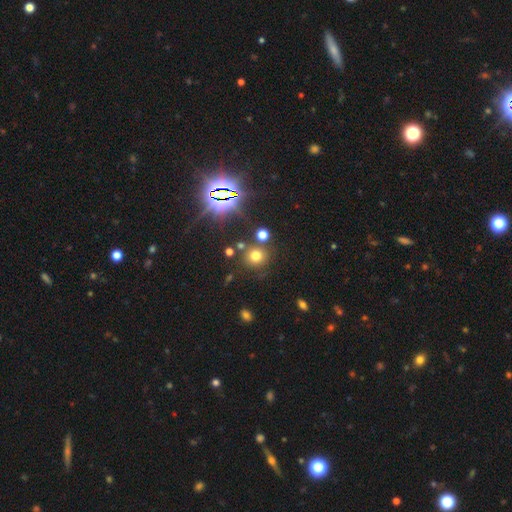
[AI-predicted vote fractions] smooth-or-featured: smooth: 65% | star or artifact: 26% | featured or disk: 9%
  how-rounded: round: 88% | in between: 11% | cigar-shaped: 1%
  merging: none: 75% | merger: 11% | minor disturbance: 10% | major disturbance: 5%